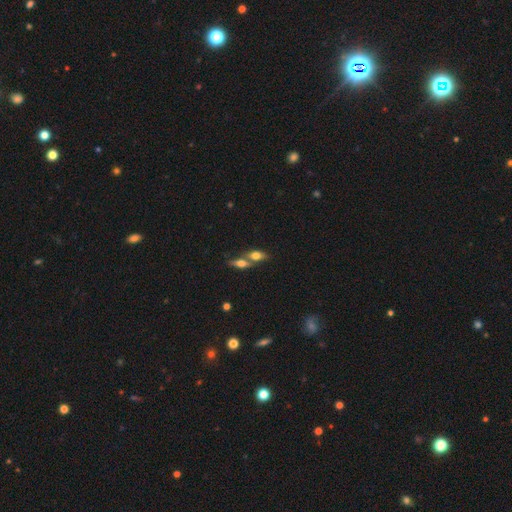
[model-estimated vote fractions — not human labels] smooth 59%, featured or disk 31%, star or artifact 10%. Down the decision tree: how rounded — in between (74%); merging — merger (53%).